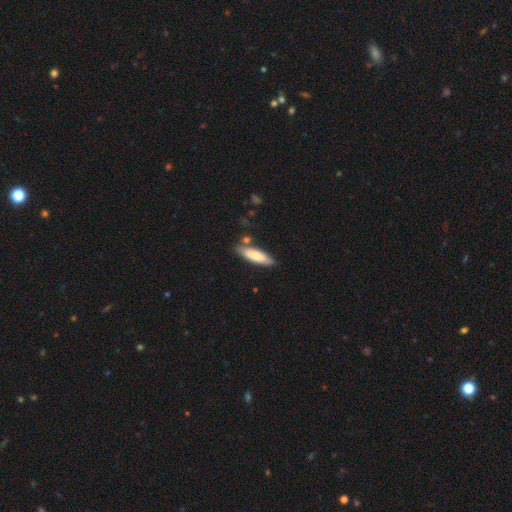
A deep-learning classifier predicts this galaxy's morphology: Q: Smooth or featured?
A: smooth (76%); runner-up: featured or disk (18%)
Q: How rounded?
A: cigar-shaped (56%); runner-up: in between (43%)
Q: Merging?
A: none (76%); runner-up: minor disturbance (14%)